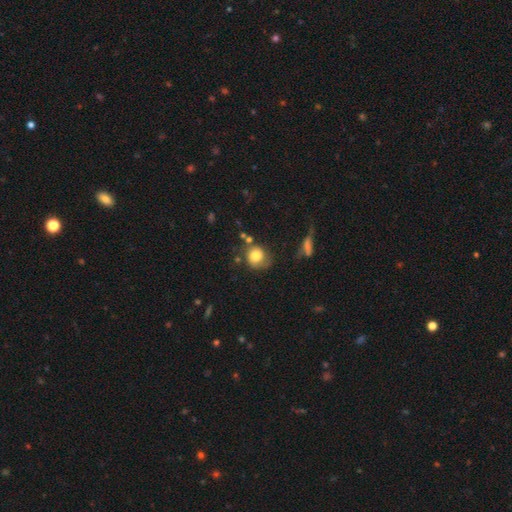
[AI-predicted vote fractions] A smooth galaxy with no disk features (76%) that is round (80%).

Vote fractions:
- Smooth or featured? smooth: 76% / featured or disk: 14% / star or artifact: 9%
- How rounded? round: 80% / in between: 19% / cigar-shaped: 1%
- Merging? none: 57% / minor disturbance: 23% / major disturbance: 12% / merger: 8%